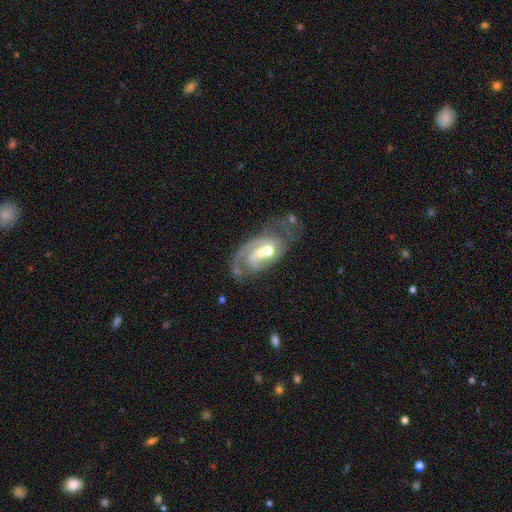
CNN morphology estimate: featured or disk 84%, smooth 9%, star or artifact 6%. Down the decision tree: edge-on disk — no (97%); bar — no (51%); spiral arms — yes (93%); spiral arm count — 2 (53%); spiral winding — medium (44%); bulge size — moderate (57%); merging — none (39%).